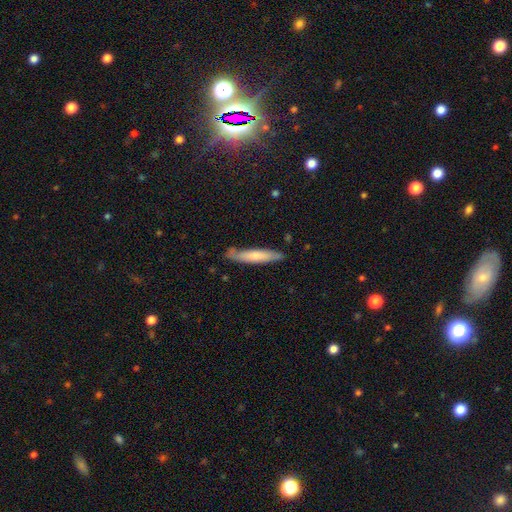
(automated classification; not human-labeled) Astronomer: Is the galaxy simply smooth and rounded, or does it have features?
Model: smooth — 65%.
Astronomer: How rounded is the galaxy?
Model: cigar-shaped — 89%.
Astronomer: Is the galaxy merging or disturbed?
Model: none — 78%.